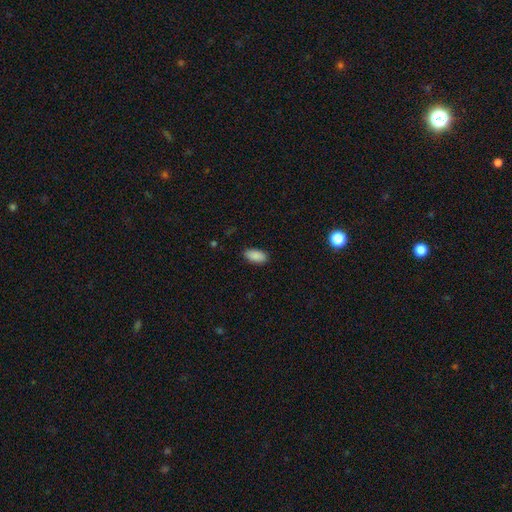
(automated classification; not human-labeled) Q: Smooth or featured?
A: smooth (88%); runner-up: star or artifact (7%)
Q: How rounded?
A: in between (94%); runner-up: cigar-shaped (4%)
Q: Merging?
A: none (85%); runner-up: minor disturbance (11%)